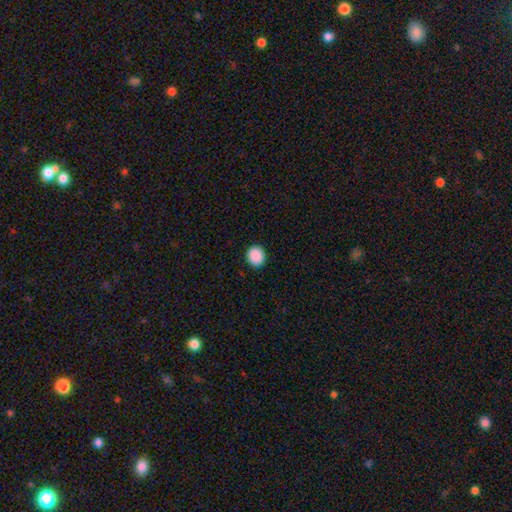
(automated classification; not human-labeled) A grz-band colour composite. It shows a smooth galaxy with no disk features (90%) that is round (80%). Merging: none (92%).